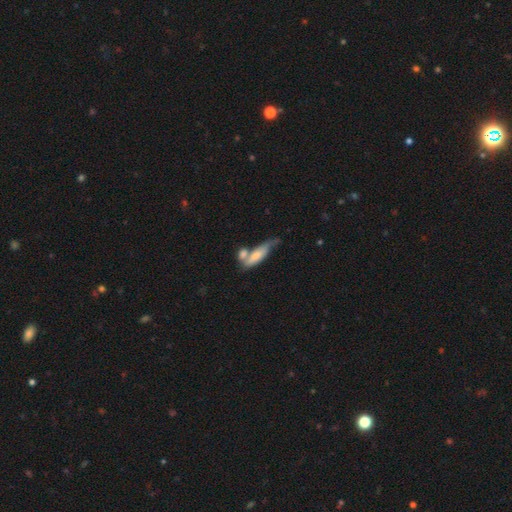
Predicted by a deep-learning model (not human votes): smooth-or-featured: smooth: 63% | featured or disk: 30% | star or artifact: 7%
  how-rounded: in between: 54% | cigar-shaped: 43% | round: 3%
  merging: merger: 44% | none: 26% | minor disturbance: 18% | major disturbance: 12%